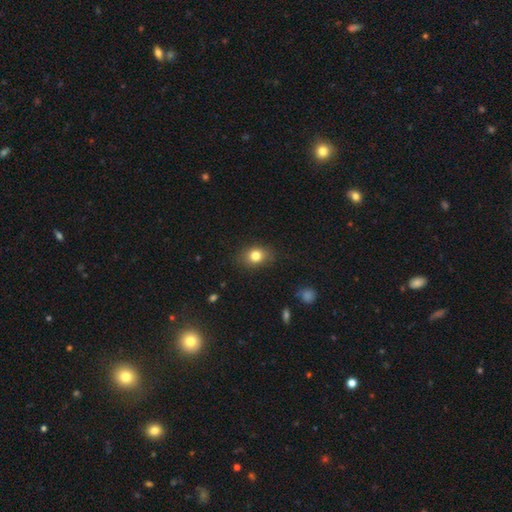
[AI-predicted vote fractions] Q: Smooth or featured?
A: smooth (81%); runner-up: star or artifact (10%)
Q: How rounded?
A: in between (54%); runner-up: round (44%)
Q: Merging?
A: none (83%); runner-up: minor disturbance (13%)